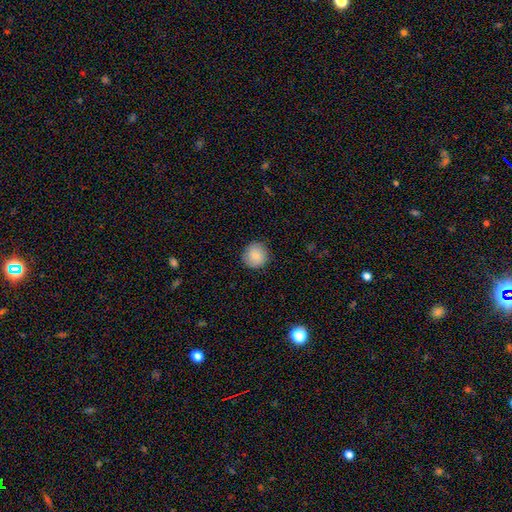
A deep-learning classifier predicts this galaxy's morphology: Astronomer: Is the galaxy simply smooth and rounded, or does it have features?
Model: smooth — 85%.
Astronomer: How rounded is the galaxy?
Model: round — 93%.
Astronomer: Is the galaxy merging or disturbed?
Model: none — 88%.